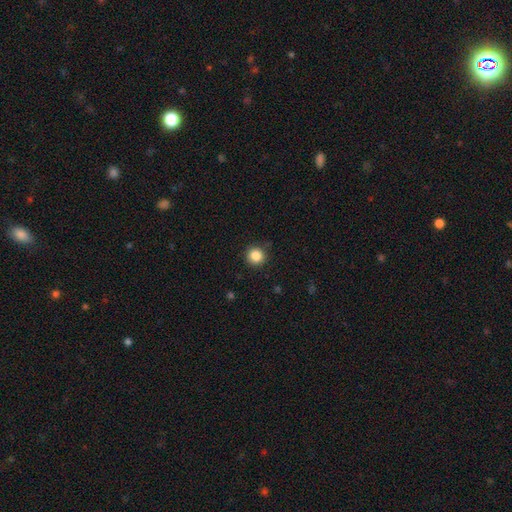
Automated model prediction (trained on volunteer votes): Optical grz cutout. It shows a smooth galaxy with no disk features (86%) that is round (95%). Merging: none (90%).